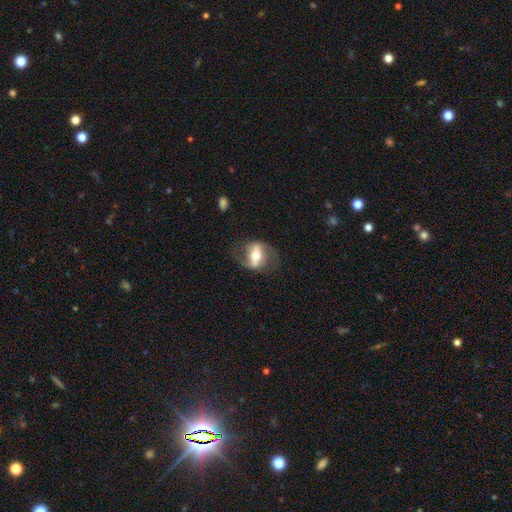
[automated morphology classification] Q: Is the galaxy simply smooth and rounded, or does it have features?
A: featured or disk — 68%.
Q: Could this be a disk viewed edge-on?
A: no — 87%.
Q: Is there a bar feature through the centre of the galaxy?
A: strong — 61%.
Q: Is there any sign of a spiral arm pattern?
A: yes — 70%.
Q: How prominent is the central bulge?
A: moderate — 64%.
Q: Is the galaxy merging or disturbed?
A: none — 65%.